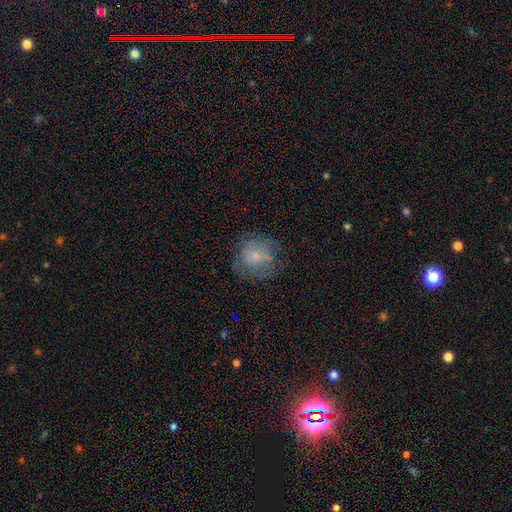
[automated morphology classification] Smooth or featured?
  - smooth: 61% *
  - featured or disk: 28%
  - star or artifact: 11%
How rounded?
  - round: 83% *
  - in between: 16%
  - cigar-shaped: 1%
Merging?
  - none: 65% *
  - minor disturbance: 20%
  - major disturbance: 13%
  - merger: 2%